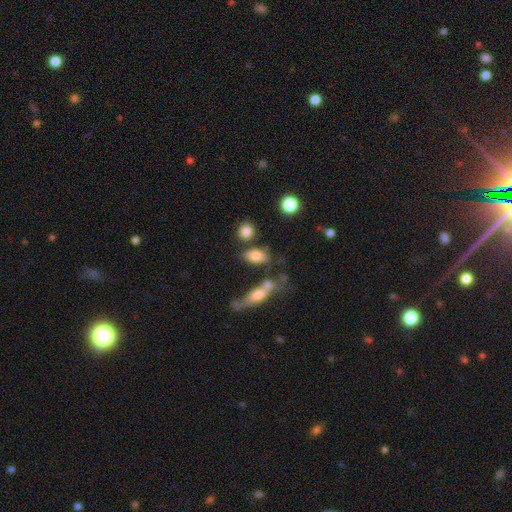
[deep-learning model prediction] smooth 79%, featured or disk 11%, star or artifact 9%. Down the decision tree: how rounded — in between (80%); merging — none (61%).